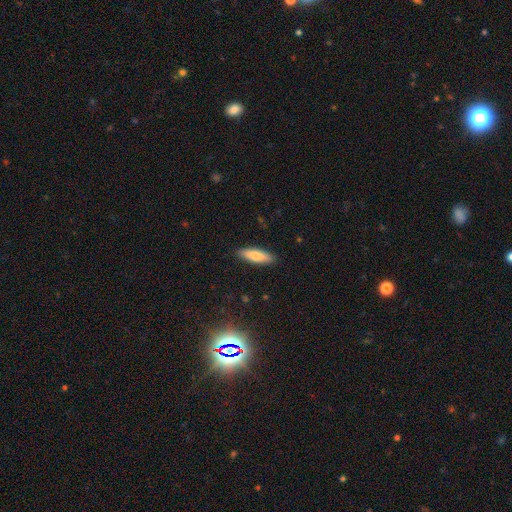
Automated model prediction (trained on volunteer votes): Overall: smooth (80%). How rounded: cigar-shaped (51%; in between 47%). Merging: none (89%).